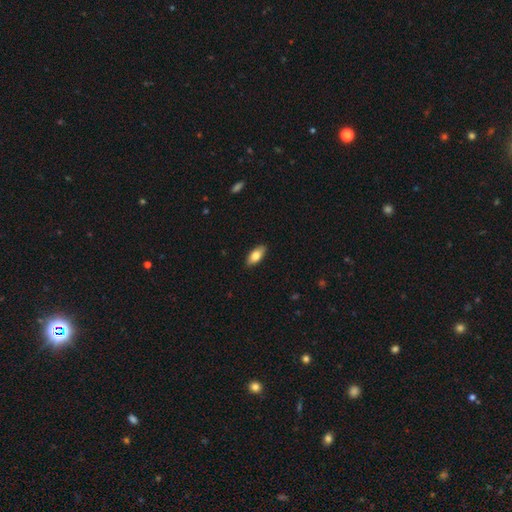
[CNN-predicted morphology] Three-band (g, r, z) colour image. It shows a smooth galaxy with no disk features (79%) that is in between round and cigar-shaped (87%). Merging: none (89%).